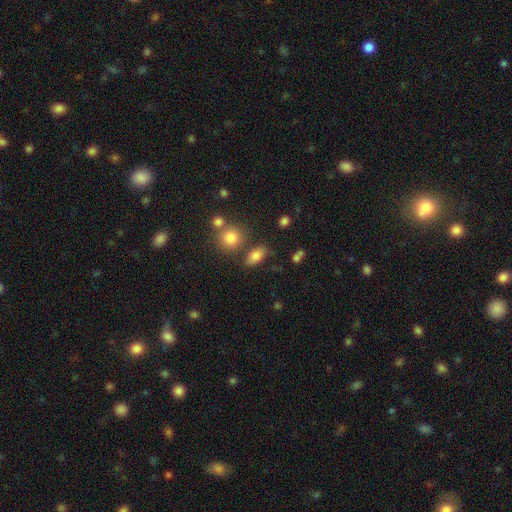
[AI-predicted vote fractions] The model was most divided on "merging": none: 73%, minor disturbance: 12%, merger: 10%, major disturbance: 4%. More confident: how rounded — in between (84%); smooth or featured — smooth (81%).